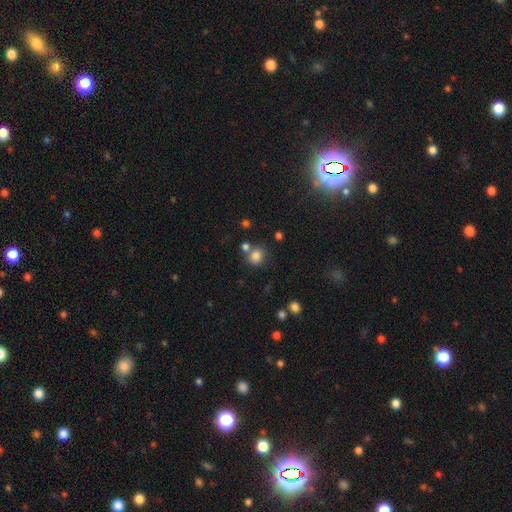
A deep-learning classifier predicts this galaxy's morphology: Smooth or featured? Predicted: smooth (p=0.81). How rounded? Predicted: round (p=0.76). Merging? Predicted: none (p=0.66).